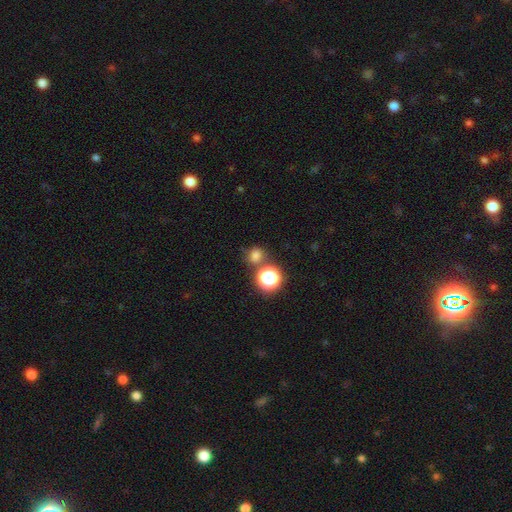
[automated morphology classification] A smooth galaxy with no disk features (72%) that is round (78%).

Vote fractions:
- Smooth or featured? smooth: 72% / star or artifact: 22% / featured or disk: 6%
- How rounded? round: 78% / in between: 21% / cigar-shaped: 1%
- Merging? none: 70% / merger: 15% / minor disturbance: 11% / major disturbance: 4%